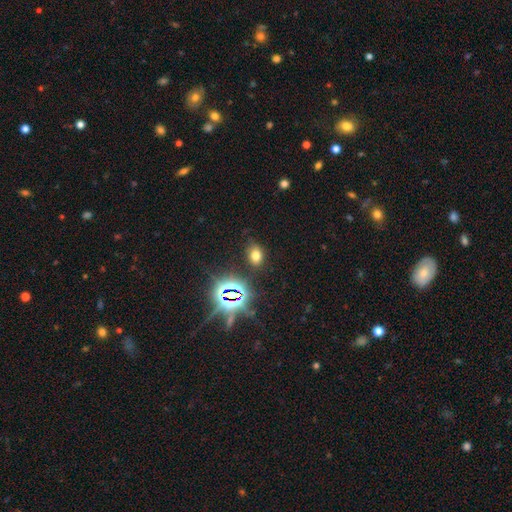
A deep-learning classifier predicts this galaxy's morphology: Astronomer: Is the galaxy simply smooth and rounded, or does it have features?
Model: smooth — 63%.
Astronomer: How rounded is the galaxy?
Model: in between — 71%.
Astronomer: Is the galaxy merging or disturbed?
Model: none — 82%.